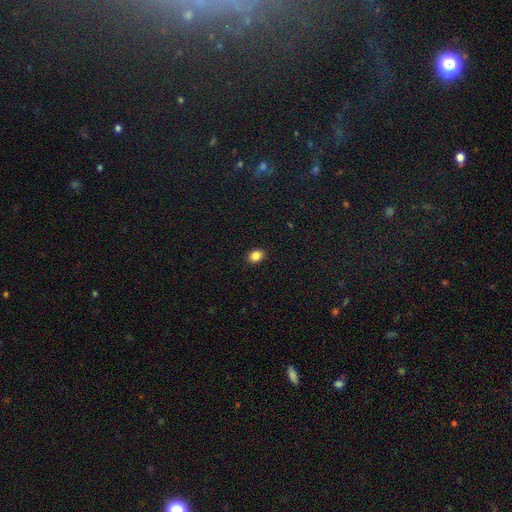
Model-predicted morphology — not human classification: This is clearly a smooth galaxy (86%). How rounded: likely in between (67%). Merging: clearly none (90%).